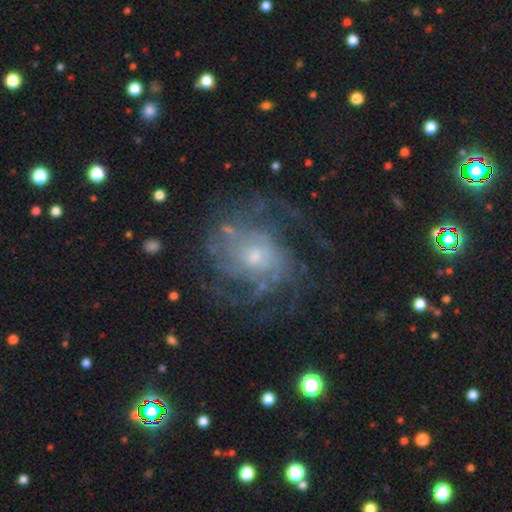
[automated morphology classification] This is clearly a featured or disk galaxy (83%). It is clearly not viewed edge-on (98%). Bar: likely no (71%). Spiral arm pattern: clearly yes (89%). Spiral arm count: marginally can't tell (40%). Spiral winding: marginally tight (44%). Central bulge: likely small (61%). Merging: likely none (61%).